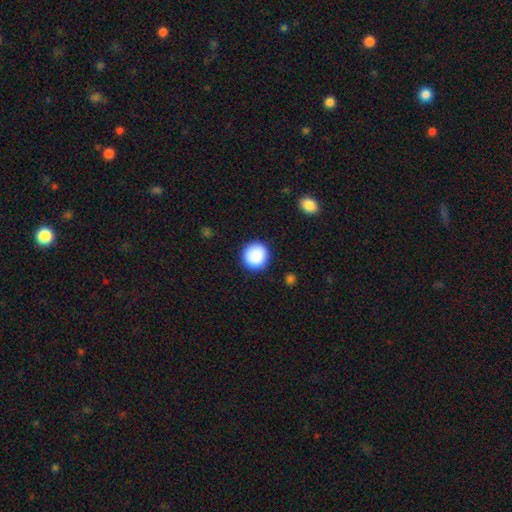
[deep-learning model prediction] smooth 88%, star or artifact 7%, featured or disk 5%. Down the decision tree: how rounded — round (94%); merging — none (90%).